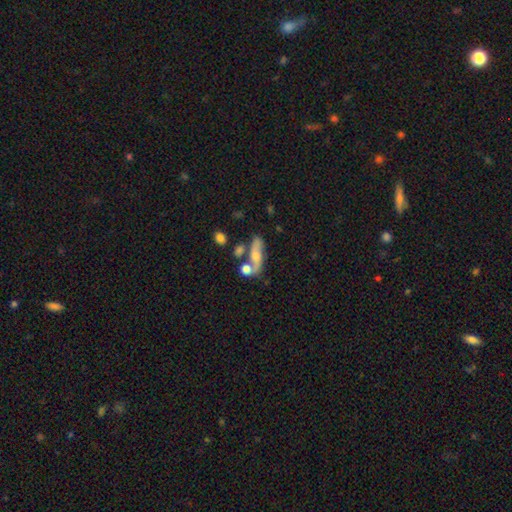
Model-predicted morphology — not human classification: Smooth or featured?
  - featured or disk: 54% *
  - smooth: 38%
  - star or artifact: 8%
Edge-on disk?
  - no: 80% *
  - yes: 20%
Merging?
  - none: 45% *
  - merger: 28%
  - minor disturbance: 17%
  - major disturbance: 10%